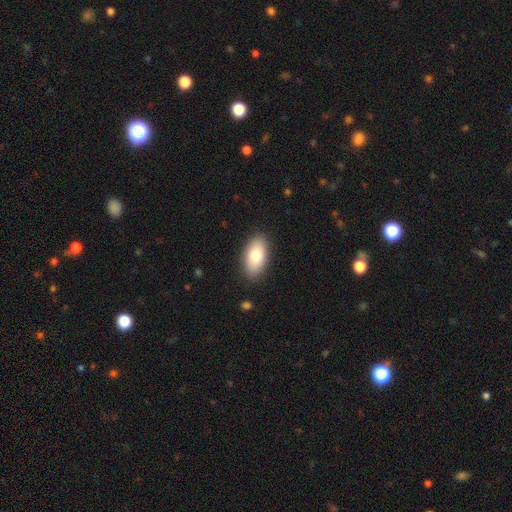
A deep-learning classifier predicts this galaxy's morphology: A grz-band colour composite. It shows a smooth galaxy with no disk features (80%) that is in between round and cigar-shaped (93%). Merging: none (87%).